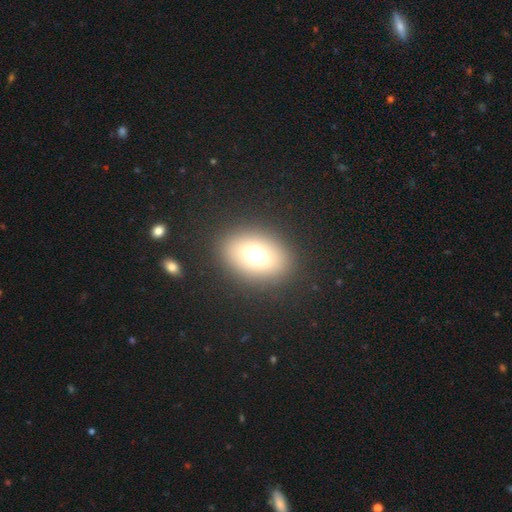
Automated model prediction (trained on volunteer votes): smooth-or-featured: smooth: 67% | featured or disk: 17% | star or artifact: 16%
  how-rounded: in between: 66% | round: 32% | cigar-shaped: 2%
  merging: none: 87% | minor disturbance: 8% | major disturbance: 4% | merger: 2%